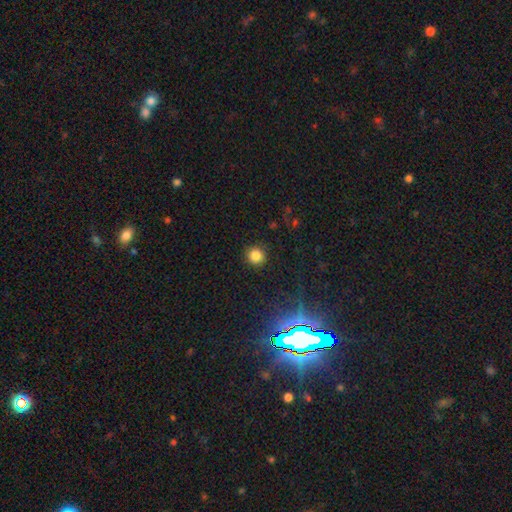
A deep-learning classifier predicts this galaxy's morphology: Smooth or featured? Predicted: smooth (p=0.81). How rounded? Predicted: round (p=0.93). Merging? Predicted: none (p=0.91).